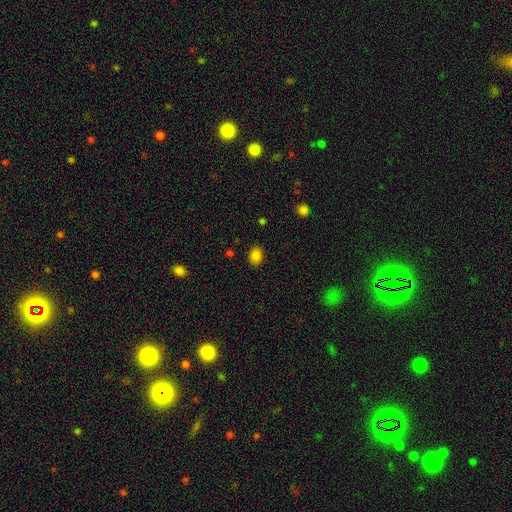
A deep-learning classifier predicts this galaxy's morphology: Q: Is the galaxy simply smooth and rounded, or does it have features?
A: smooth — 83%.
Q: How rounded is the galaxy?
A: in between — 59%.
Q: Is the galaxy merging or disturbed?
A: none — 87%.